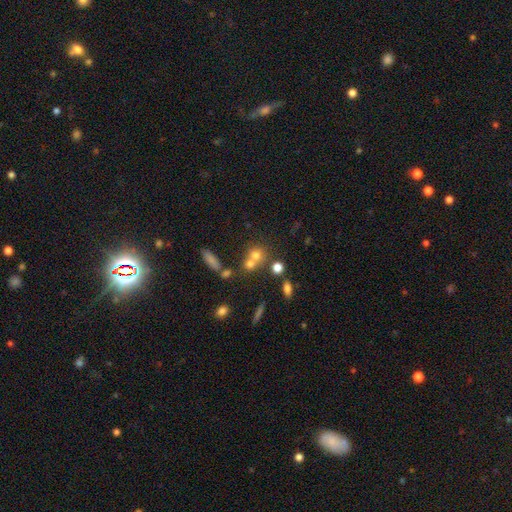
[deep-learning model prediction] Overall: smooth (66%). How rounded: round (77%). Merging: merger (48%; none 40%).